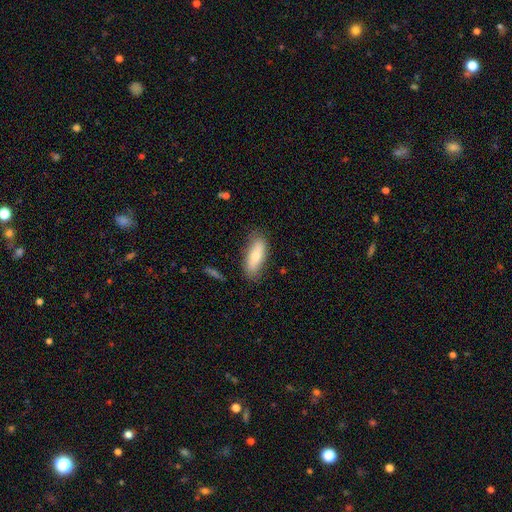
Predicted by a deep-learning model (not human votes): Morphology: type=smooth (72%); roundness=in between (73%); merging=none (77%).